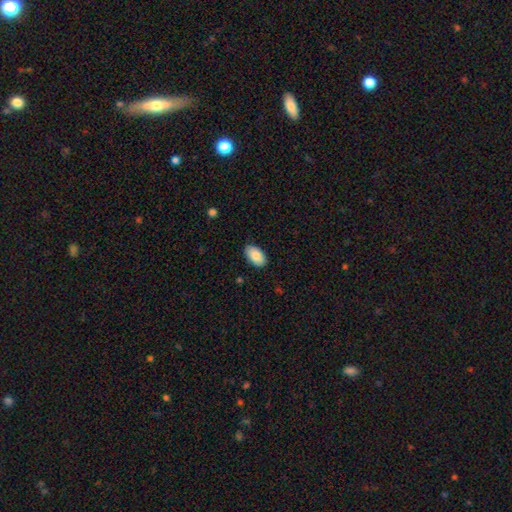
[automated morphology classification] A smooth galaxy with no disk features (87%) that is in between round and cigar-shaped (95%).

Vote fractions:
- Smooth or featured? smooth: 87% / featured or disk: 7% / star or artifact: 6%
- How rounded? in between: 95% / round: 4% / cigar-shaped: 1%
- Merging? none: 85% / minor disturbance: 12% / major disturbance: 2% / merger: 1%